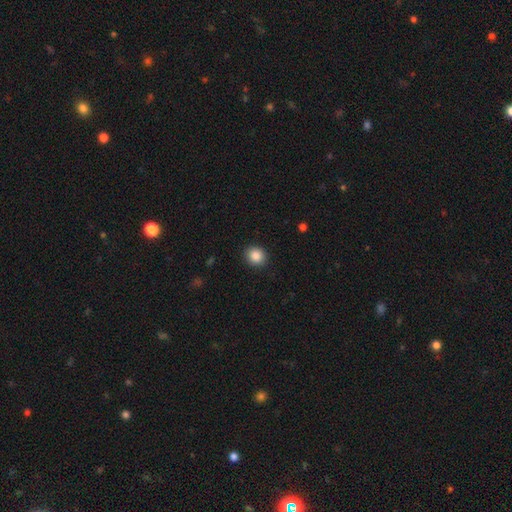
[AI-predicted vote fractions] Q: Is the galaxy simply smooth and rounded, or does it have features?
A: smooth — 87%.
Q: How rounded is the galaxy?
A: round — 83%.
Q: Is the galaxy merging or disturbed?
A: none — 91%.